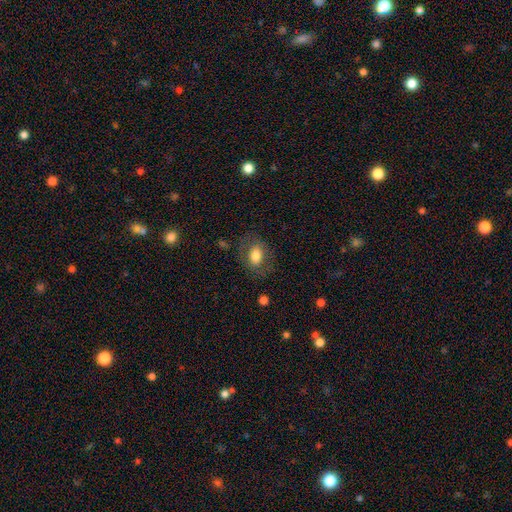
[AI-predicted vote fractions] Smooth or featured?
  - smooth: 73% *
  - featured or disk: 19%
  - star or artifact: 8%
How rounded?
  - in between: 72% *
  - round: 27%
  - cigar-shaped: 1%
Merging?
  - none: 75% *
  - minor disturbance: 15%
  - major disturbance: 8%
  - merger: 2%